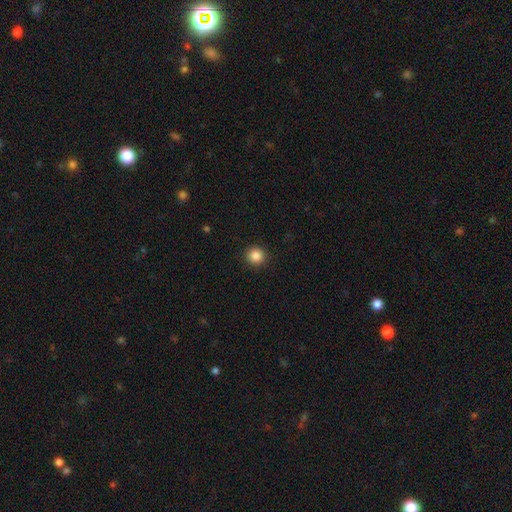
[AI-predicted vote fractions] smooth 86%, star or artifact 10%, featured or disk 4%. Down the decision tree: how rounded — round (94%); merging — none (93%).